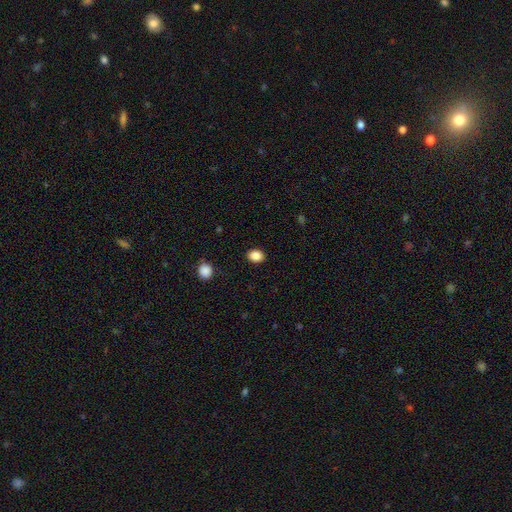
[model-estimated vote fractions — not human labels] Smooth or featured? Predicted: smooth (p=0.86). How rounded? Predicted: in between (p=0.53). Merging? Predicted: none (p=0.90).